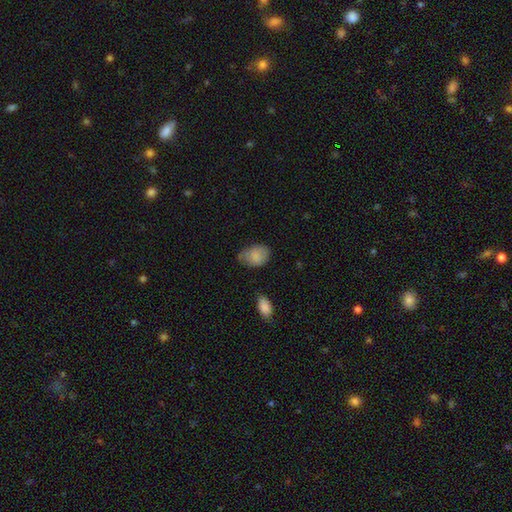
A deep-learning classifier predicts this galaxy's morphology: A smooth galaxy with no disk features (82%) that is in between round and cigar-shaped (77%).

Vote fractions:
- Smooth or featured? smooth: 82% / featured or disk: 10% / star or artifact: 7%
- How rounded? in between: 77% / round: 22% / cigar-shaped: 1%
- Merging? none: 51% / minor disturbance: 36% / major disturbance: 10% / merger: 3%